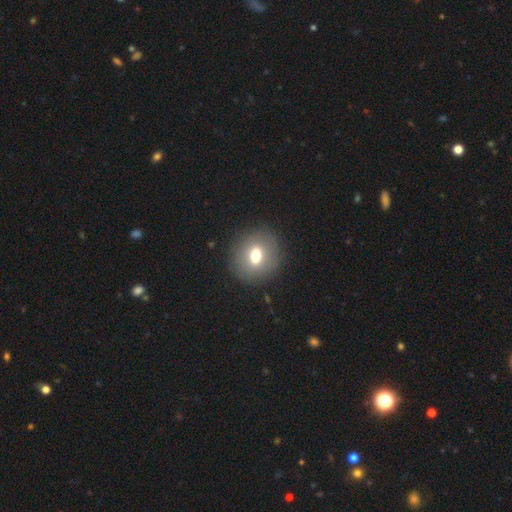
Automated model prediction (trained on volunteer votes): smooth_or_featured: smooth (p=0.66) [alt: featured or disk p=0.23]
how_rounded: round (p=0.66) [alt: in between p=0.32]
merging: none (p=0.86) [alt: minor disturbance p=0.09]